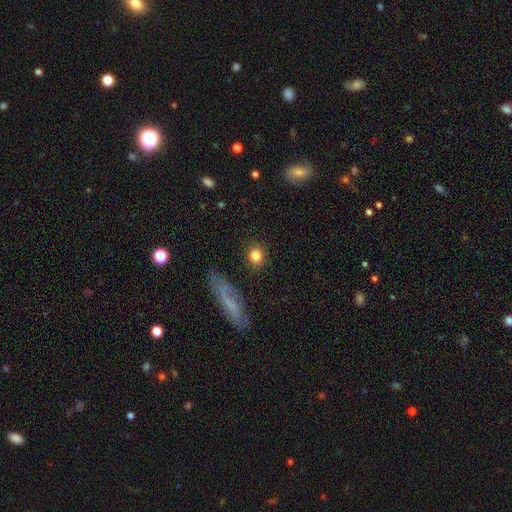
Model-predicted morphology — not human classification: Overall: smooth (83%). How rounded: round (77%). Merging: none (88%).